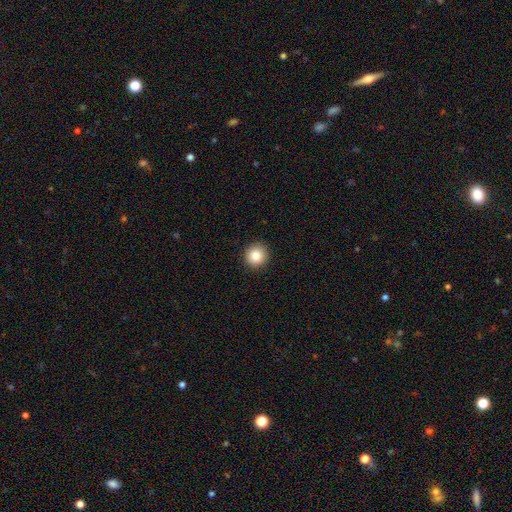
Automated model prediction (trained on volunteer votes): Smooth or featured? Predicted: smooth (p=0.86). How rounded? Predicted: round (p=0.92). Merging? Predicted: none (p=0.92).